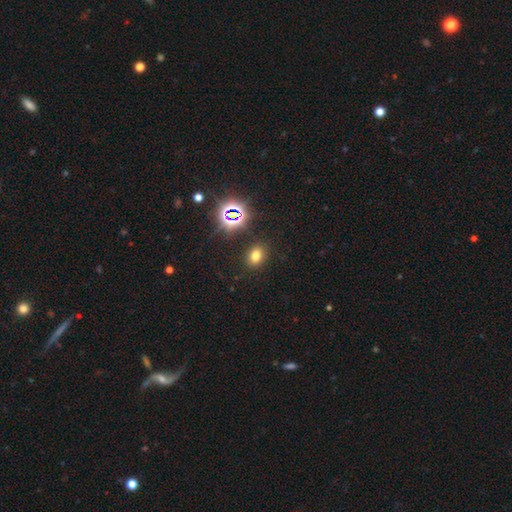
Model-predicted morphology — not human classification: Smooth or featured? smooth (70%)
How rounded? in between (63%)
Merging? none (86%)